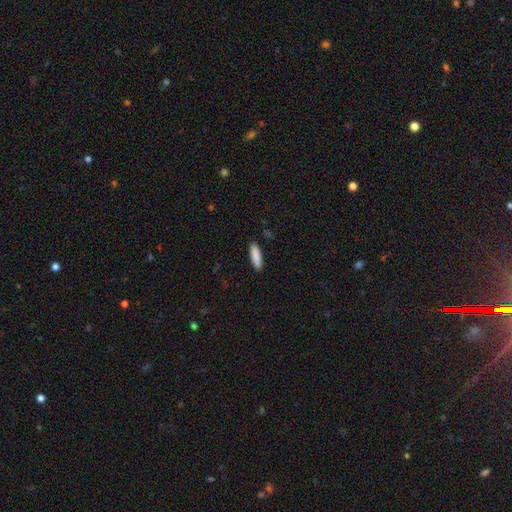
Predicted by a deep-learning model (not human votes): Smooth or featured? Predicted: smooth (p=0.88). How rounded? Predicted: cigar-shaped (p=0.69). Merging? Predicted: none (p=0.90).